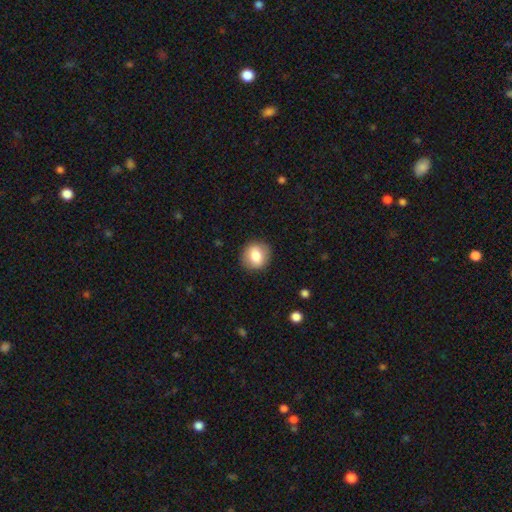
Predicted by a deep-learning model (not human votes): This is likely a smooth galaxy (78%). How rounded: likely round (77%). Merging: clearly none (88%).